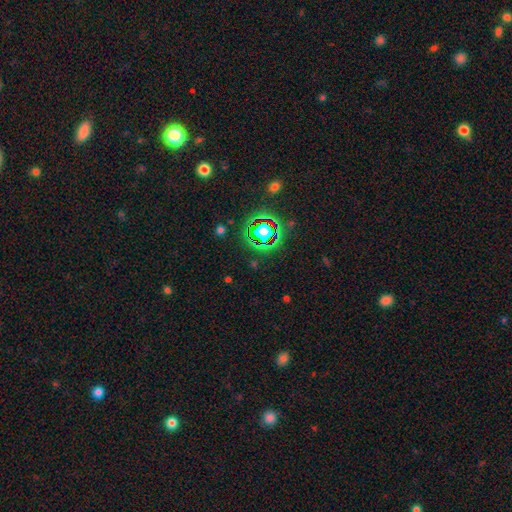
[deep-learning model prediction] smooth_or_featured: star or artifact (p=0.79) [alt: smooth p=0.13]